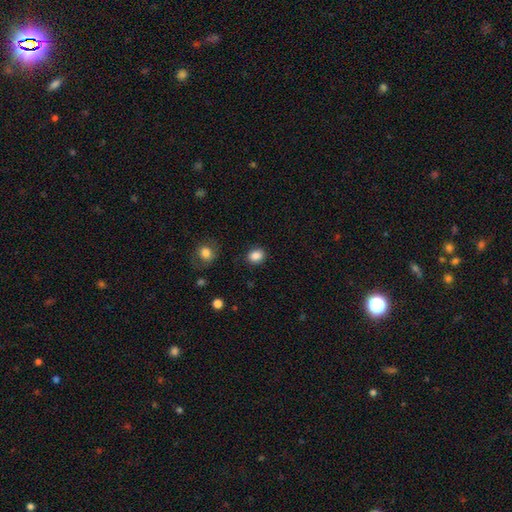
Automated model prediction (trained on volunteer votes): Smooth or featured?
  - smooth: 86% *
  - star or artifact: 10%
  - featured or disk: 4%
How rounded?
  - round: 60% *
  - in between: 39%
  - cigar-shaped: 1%
Merging?
  - none: 87% *
  - minor disturbance: 9%
  - major disturbance: 3%
  - merger: 2%